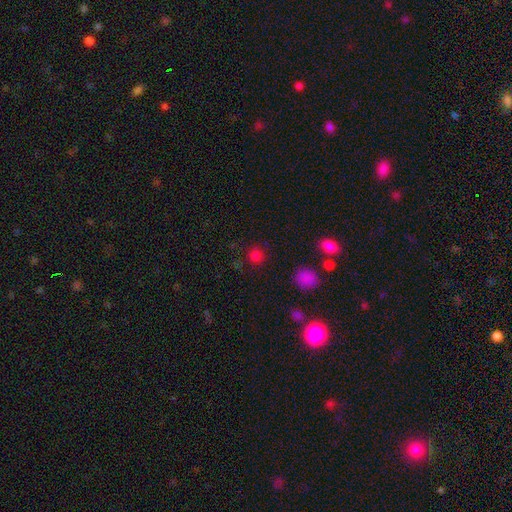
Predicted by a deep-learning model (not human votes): Smooth or featured? smooth (77%)
How rounded? round (92%)
Merging? none (85%)